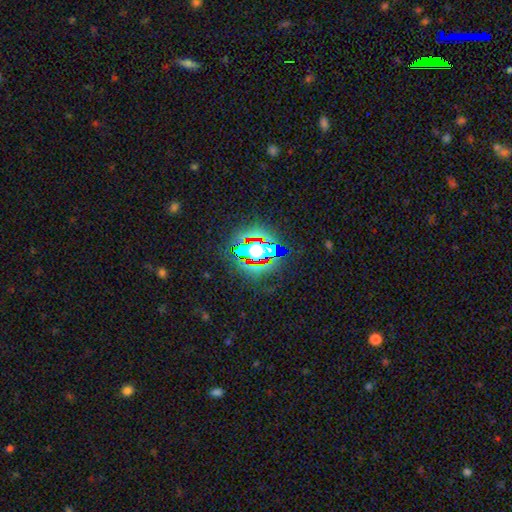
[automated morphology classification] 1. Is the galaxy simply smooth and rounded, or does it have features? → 76% star or artifact, 13% smooth, 10% featured or disk.